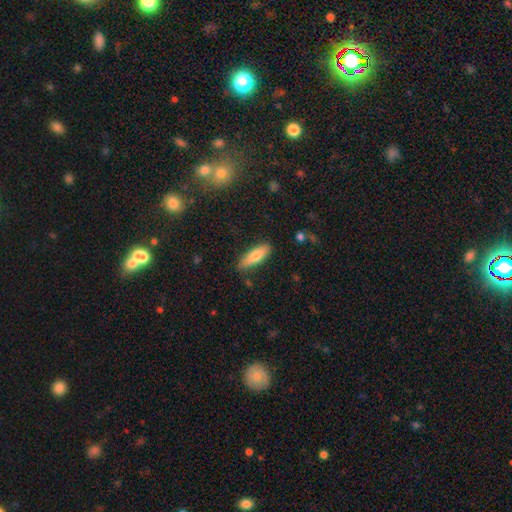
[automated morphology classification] This appears to be a smooth galaxy with no disk features (73%) that is cigar-shaped (54%). Merging: none (83%).